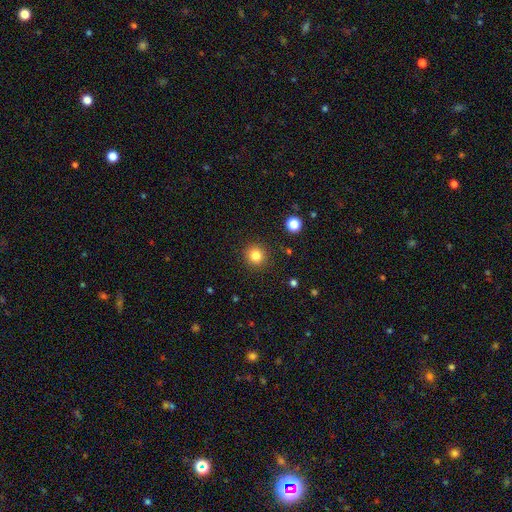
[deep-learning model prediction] A smooth galaxy with no disk features (82%) that is round (92%).

Vote fractions:
- Smooth or featured? smooth: 82% / star or artifact: 12% / featured or disk: 6%
- How rounded? round: 92% / in between: 7% / cigar-shaped: 1%
- Merging? none: 90% / minor disturbance: 6% / major disturbance: 2% / merger: 1%